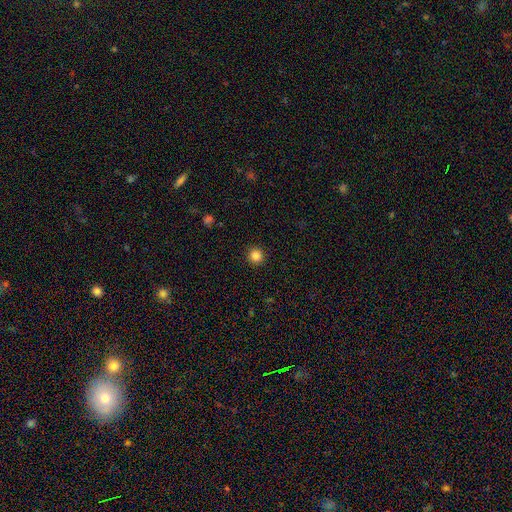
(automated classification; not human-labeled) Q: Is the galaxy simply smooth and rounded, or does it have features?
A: smooth — 85%.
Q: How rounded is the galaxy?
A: round — 95%.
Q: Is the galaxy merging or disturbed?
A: none — 93%.